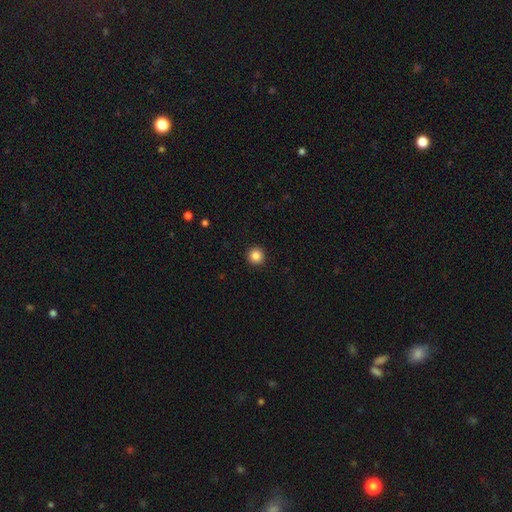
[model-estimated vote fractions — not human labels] smooth 86%, star or artifact 11%, featured or disk 3%. Down the decision tree: how rounded — round (96%); merging — none (93%).